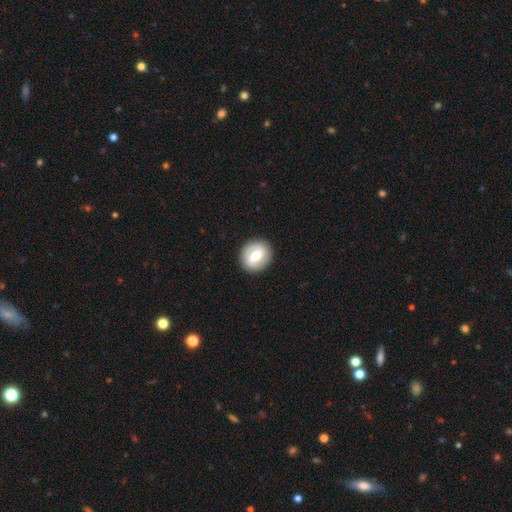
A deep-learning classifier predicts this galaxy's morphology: Smooth or featured? featured or disk (56%)
Edge-on disk? no (95%)
Bar? weak (41%, tied with strong)
Spiral arms? yes (58%)
Bulge size? moderate (70%)
Merging? none (89%)